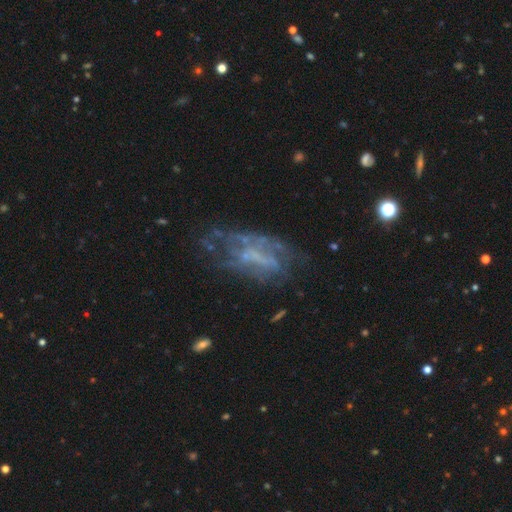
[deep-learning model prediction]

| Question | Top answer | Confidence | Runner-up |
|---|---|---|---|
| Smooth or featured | featured or disk | 67% | smooth (19%) |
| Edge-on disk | no | 92% | yes (8%) |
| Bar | no | 57% | weak (28%) |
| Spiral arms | no | 53% | yes (47%) |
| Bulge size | none | 63% | small (22%) |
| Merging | none | 45% | major disturbance (28%) |